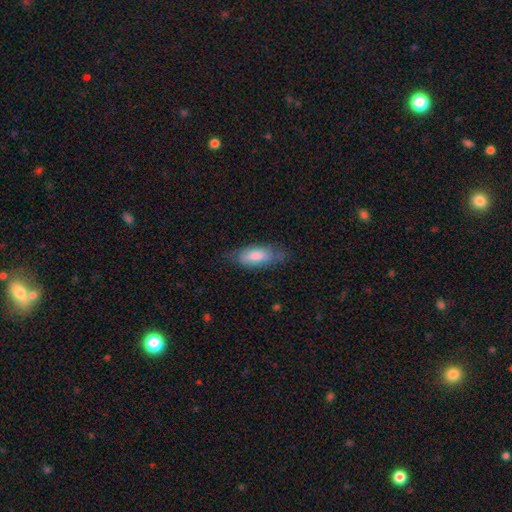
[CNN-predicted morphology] A smooth galaxy with no disk features (72%) that is in between round and cigar-shaped (77%).

Vote fractions:
- Smooth or featured? smooth: 72% / featured or disk: 22% / star or artifact: 6%
- How rounded? in between: 77% / cigar-shaped: 21% / round: 2%
- Merging? none: 68% / minor disturbance: 24% / major disturbance: 7% / merger: 1%